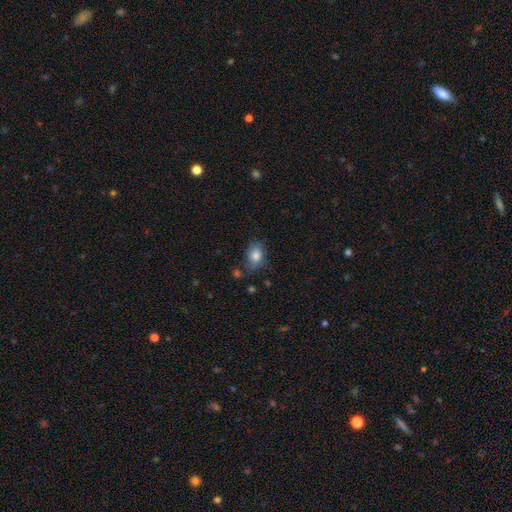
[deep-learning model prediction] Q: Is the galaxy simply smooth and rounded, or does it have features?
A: smooth — 77%.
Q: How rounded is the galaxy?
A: in between — 72%.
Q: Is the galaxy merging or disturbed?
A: none — 62%.